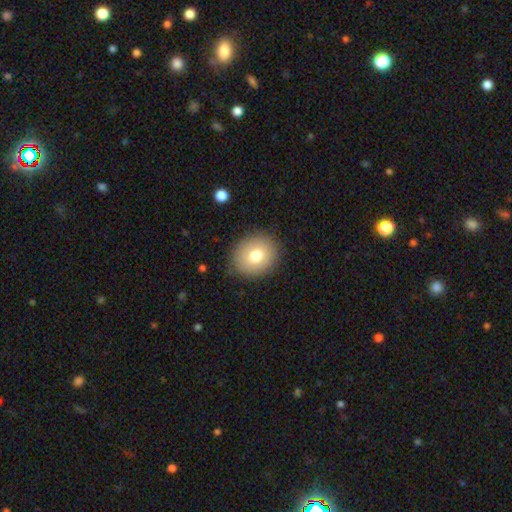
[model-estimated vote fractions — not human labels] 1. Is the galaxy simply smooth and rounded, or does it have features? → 77% smooth, 14% featured or disk, 10% star or artifact.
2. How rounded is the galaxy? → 67% round, 32% in between, 1% cigar-shaped.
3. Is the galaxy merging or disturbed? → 87% none, 9% minor disturbance, 3% major disturbance, 1% merger.